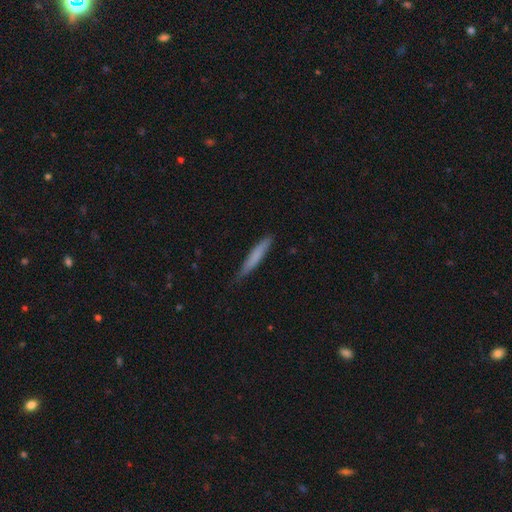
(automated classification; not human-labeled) A smooth galaxy with no disk features (72%) that is cigar-shaped (94%). Merging: none (82%).